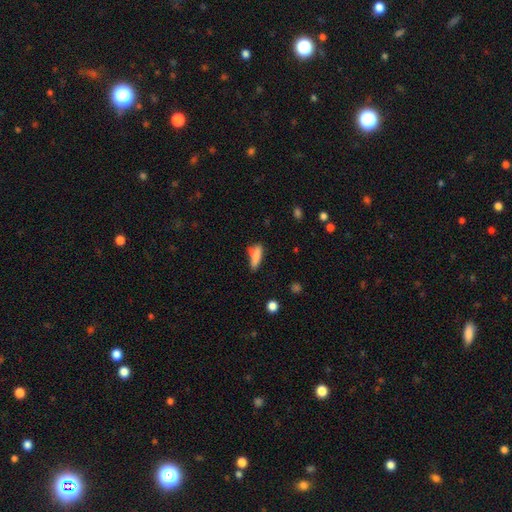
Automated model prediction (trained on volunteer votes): Smooth or featured? smooth (75%)
How rounded? cigar-shaped (52%)
Merging? none (48%)